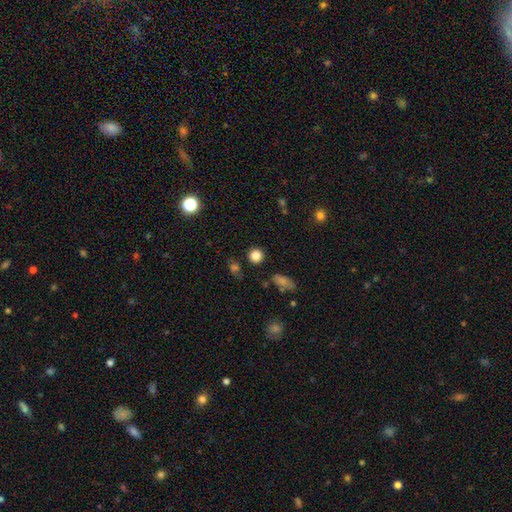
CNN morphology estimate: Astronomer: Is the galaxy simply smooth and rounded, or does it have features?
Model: smooth — 83%.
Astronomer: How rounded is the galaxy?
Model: round — 92%.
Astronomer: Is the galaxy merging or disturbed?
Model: none — 87%.